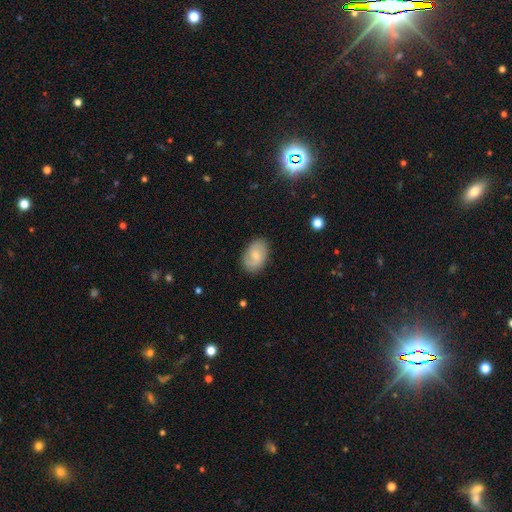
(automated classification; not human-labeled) The model was most divided on "smooth or featured": featured or disk: 53%, smooth: 40%, star or artifact: 7%. More confident: edge-on disk — no (96%); spiral arms — yes (88%); merging — none (78%); bar — no (64%); bulge size — small (60%).